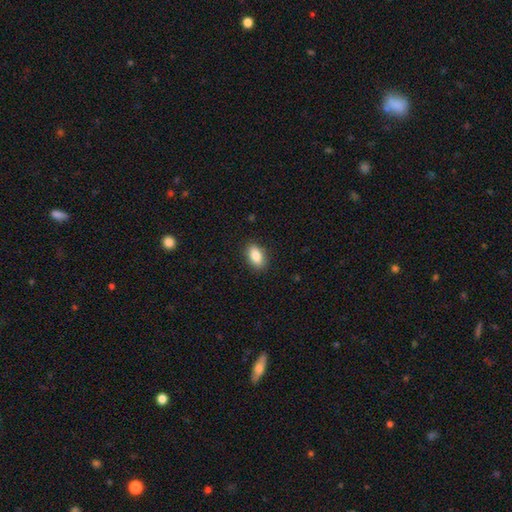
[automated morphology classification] This is clearly a smooth galaxy (84%). How rounded: clearly in between (90%). Merging: clearly none (88%).